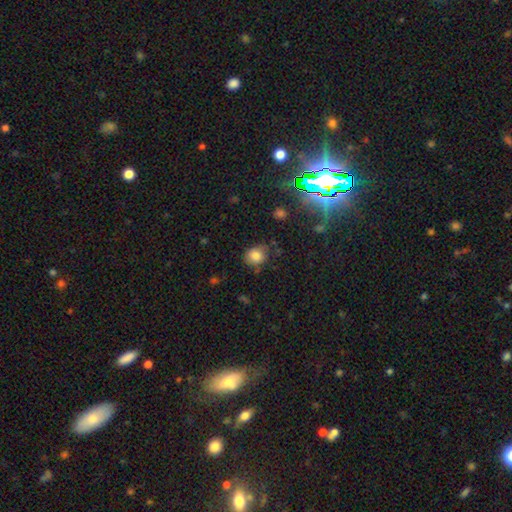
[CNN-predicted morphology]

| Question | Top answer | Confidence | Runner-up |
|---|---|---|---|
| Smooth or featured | smooth | 81% | star or artifact (12%) |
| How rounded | round | 73% | in between (26%) |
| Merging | none | 71% | minor disturbance (20%) |